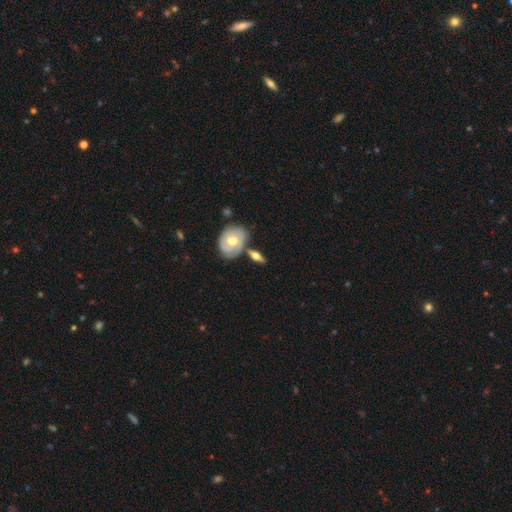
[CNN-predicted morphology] Overall: smooth (48%; featured or disk 45%). Merging: none (64%).